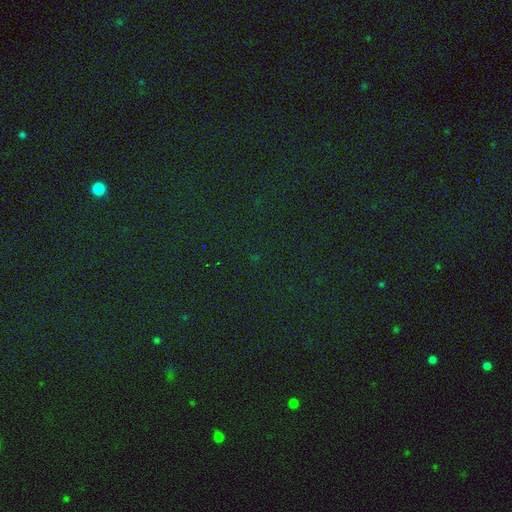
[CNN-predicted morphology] Overall: star or artifact (83%).